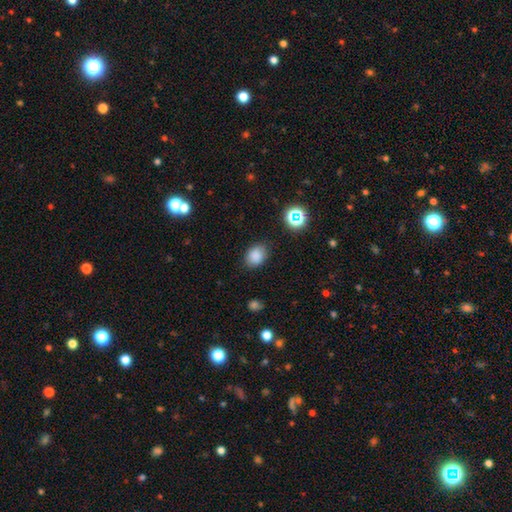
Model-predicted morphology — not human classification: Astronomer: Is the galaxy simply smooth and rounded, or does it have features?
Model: smooth — 84%.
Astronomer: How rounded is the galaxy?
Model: in between — 66%.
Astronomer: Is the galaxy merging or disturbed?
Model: none — 83%.